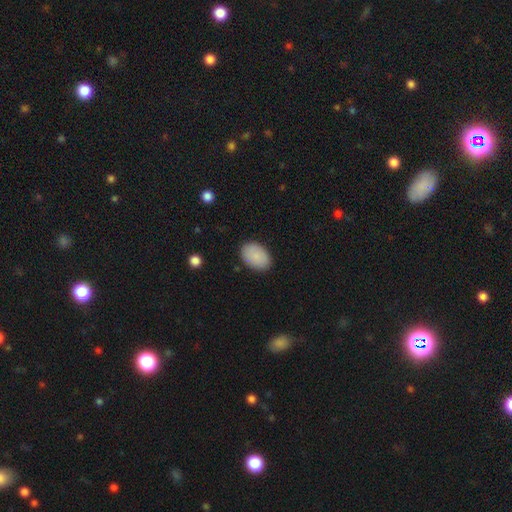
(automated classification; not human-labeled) smooth 88%, star or artifact 6%, featured or disk 5%. Down the decision tree: how rounded — in between (89%); merging — none (87%).